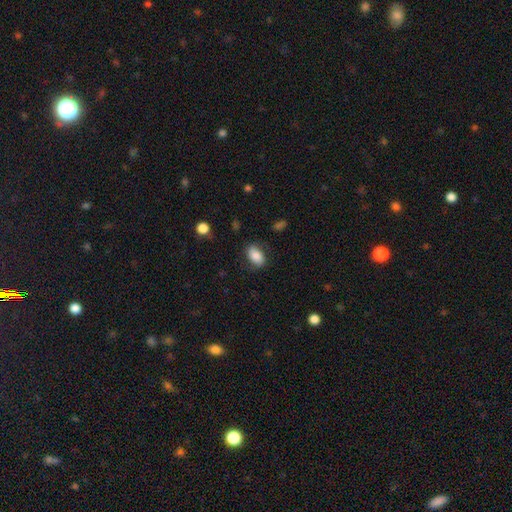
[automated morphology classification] Smooth or featured? Predicted: smooth (p=0.79). How rounded? Predicted: in between (p=0.89). Merging? Predicted: none (p=0.74).